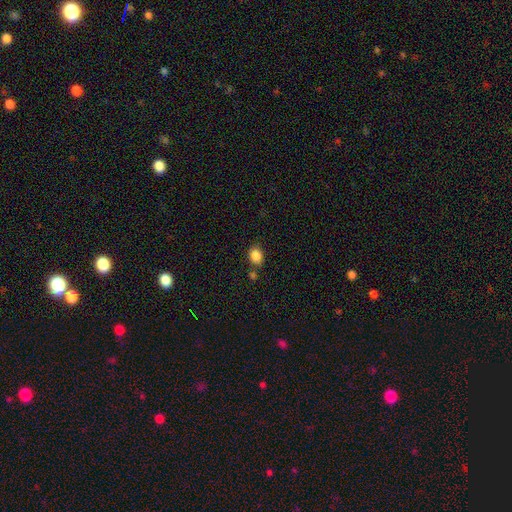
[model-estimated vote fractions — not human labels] The model was most divided on "how rounded": in between: 57%, round: 42%, cigar-shaped: 1%. More confident: smooth or featured — smooth (85%); merging — none (69%).